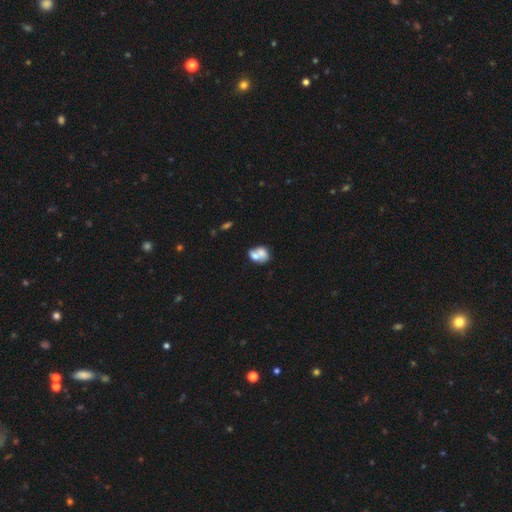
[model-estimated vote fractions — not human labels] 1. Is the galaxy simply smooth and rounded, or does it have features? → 65% smooth, 26% featured or disk, 9% star or artifact.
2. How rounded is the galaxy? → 61% in between, 37% round, 2% cigar-shaped.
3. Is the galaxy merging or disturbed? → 61% merger, 23% none, 10% minor disturbance, 6% major disturbance.